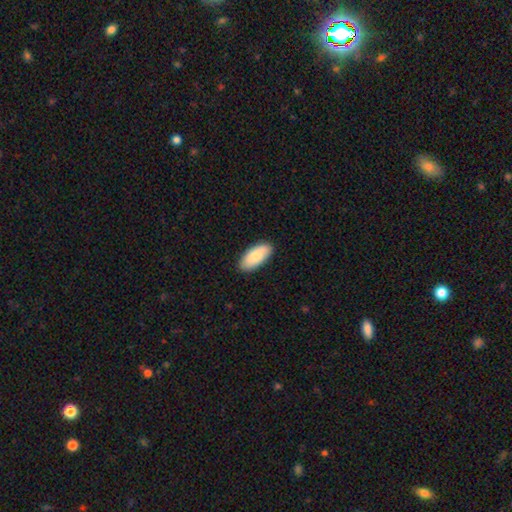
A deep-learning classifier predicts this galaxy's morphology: Smooth or featured? smooth (84%)
How rounded? in between (91%)
Merging? none (88%)